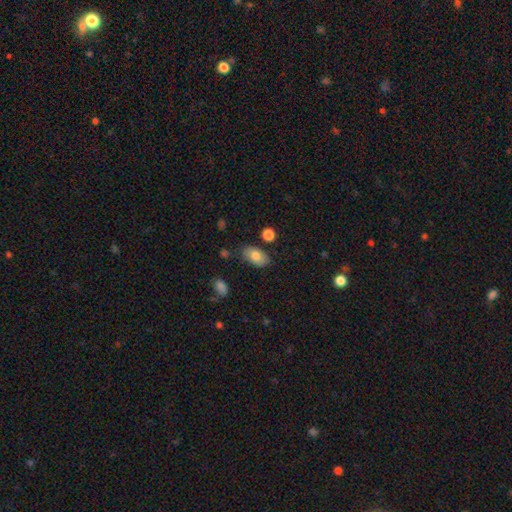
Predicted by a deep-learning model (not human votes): Smooth or featured: smooth — 77% (featured or disk — 16%)
How rounded: in between — 92% (round — 7%)
Merging: none — 77% (minor disturbance — 16%)